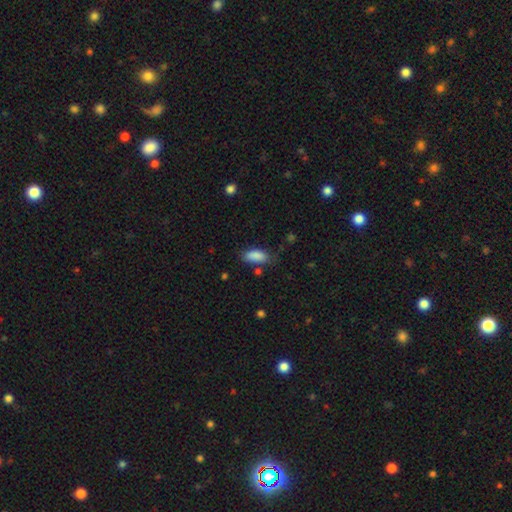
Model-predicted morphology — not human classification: Smooth or featured?
  - smooth: 87% *
  - star or artifact: 7%
  - featured or disk: 5%
How rounded?
  - in between: 85% *
  - cigar-shaped: 12%
  - round: 2%
Merging?
  - none: 68% *
  - minor disturbance: 22%
  - major disturbance: 6%
  - merger: 4%